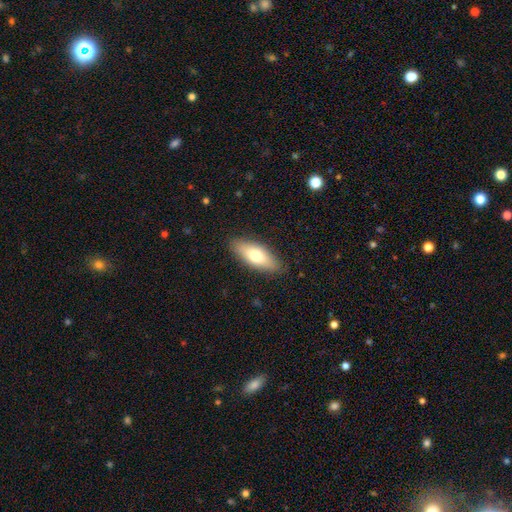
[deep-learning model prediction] Smooth or featured: smooth — 70% (featured or disk — 24%)
How rounded: in between — 70% (cigar-shaped — 28%)
Merging: none — 87% (minor disturbance — 10%)